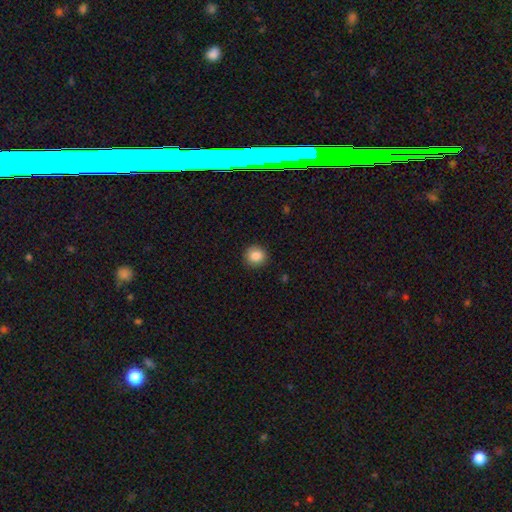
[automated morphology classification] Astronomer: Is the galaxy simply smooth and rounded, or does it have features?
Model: smooth — 87%.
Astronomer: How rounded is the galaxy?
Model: round — 90%.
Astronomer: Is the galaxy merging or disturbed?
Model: none — 89%.